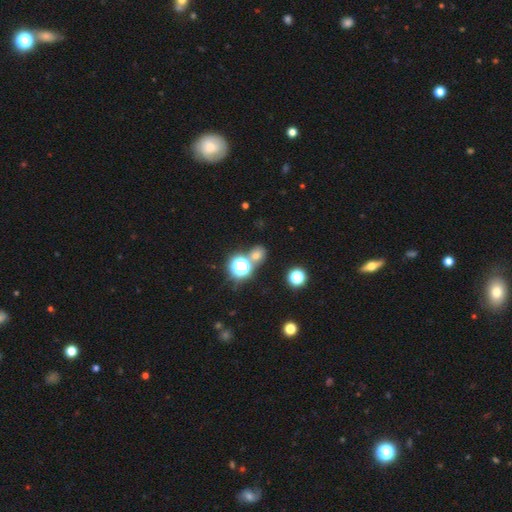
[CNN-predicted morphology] Smooth or featured?
  - smooth: 58% *
  - star or artifact: 34%
  - featured or disk: 8%
How rounded?
  - round: 76% *
  - in between: 23%
  - cigar-shaped: 1%
Merging?
  - none: 69% *
  - merger: 18%
  - minor disturbance: 9%
  - major disturbance: 4%